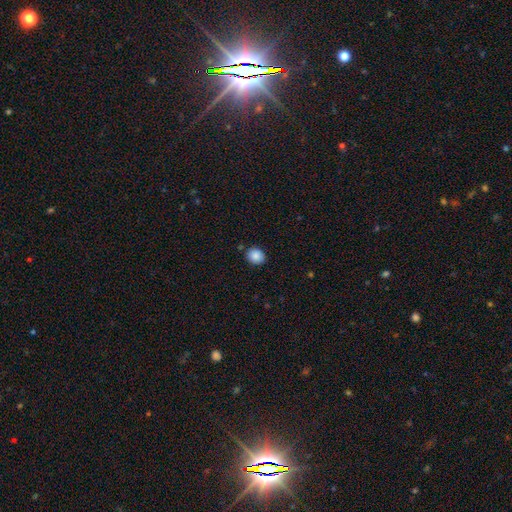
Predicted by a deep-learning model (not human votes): Overall: smooth (87%). How rounded: round (74%). Merging: none (87%).